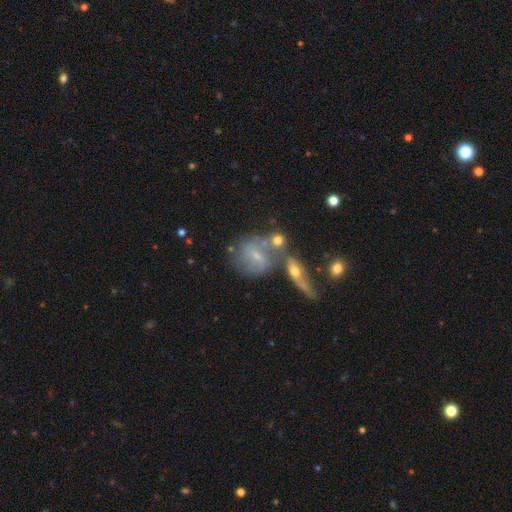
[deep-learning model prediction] Smooth or featured? featured or disk (49%)
Merging? none (40%)